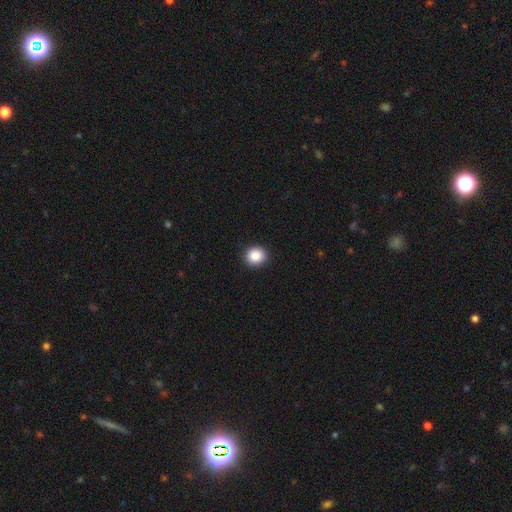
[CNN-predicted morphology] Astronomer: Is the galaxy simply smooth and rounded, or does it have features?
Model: smooth — 87%.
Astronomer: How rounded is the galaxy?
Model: round — 86%.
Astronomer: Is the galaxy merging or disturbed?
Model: none — 92%.